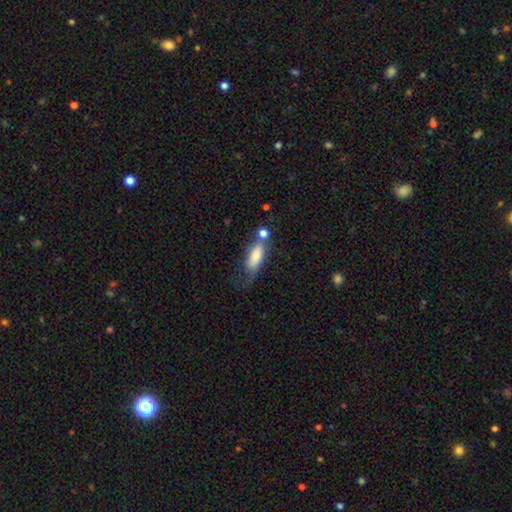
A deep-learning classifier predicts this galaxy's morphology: Smooth or featured? Predicted: smooth (p=0.73). How rounded? Predicted: in between (p=0.70). Merging? Predicted: none (p=0.34).